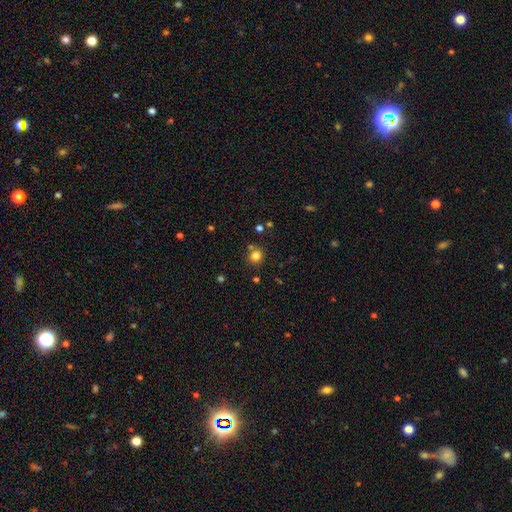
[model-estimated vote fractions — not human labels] Smooth or featured? Predicted: smooth (p=0.79). How rounded? Predicted: round (p=0.87). Merging? Predicted: none (p=0.79).